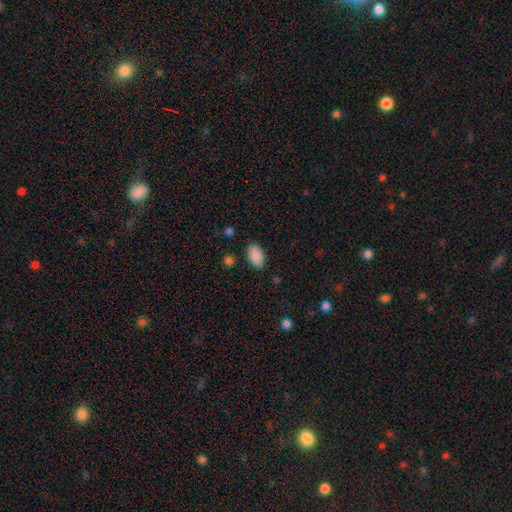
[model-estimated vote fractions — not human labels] Smooth or featured: smooth — 89% (star or artifact — 8%)
How rounded: in between — 93% (round — 5%)
Merging: none — 86% (minor disturbance — 9%)